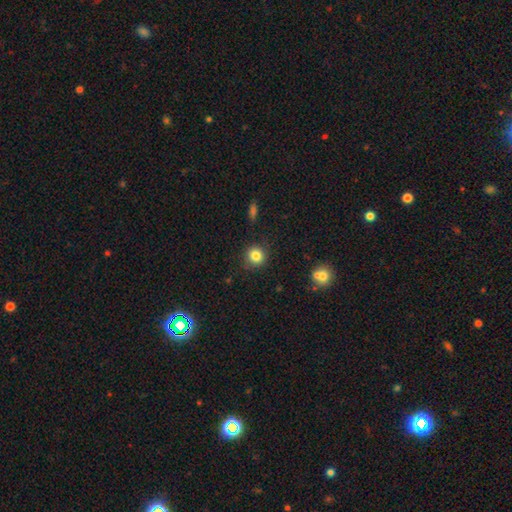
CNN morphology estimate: smooth_or_featured: smooth (p=0.83) [alt: star or artifact p=0.11]
how_rounded: round (p=0.90) [alt: in between p=0.09]
merging: none (p=0.88) [alt: minor disturbance p=0.08]